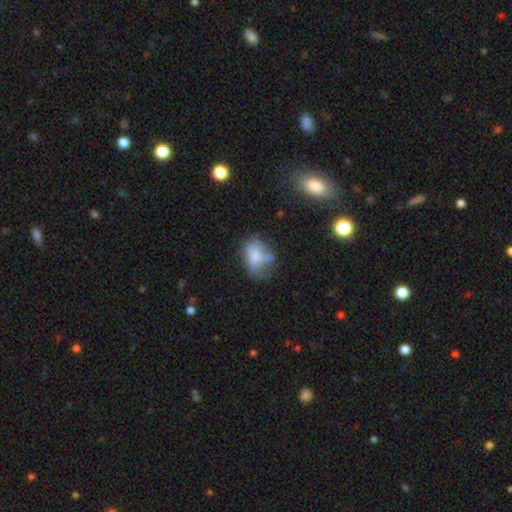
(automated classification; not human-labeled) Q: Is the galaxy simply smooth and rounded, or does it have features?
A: smooth — 64%.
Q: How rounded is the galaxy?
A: in between — 76%.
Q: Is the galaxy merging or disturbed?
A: none — 30%, tied with minor disturbance.